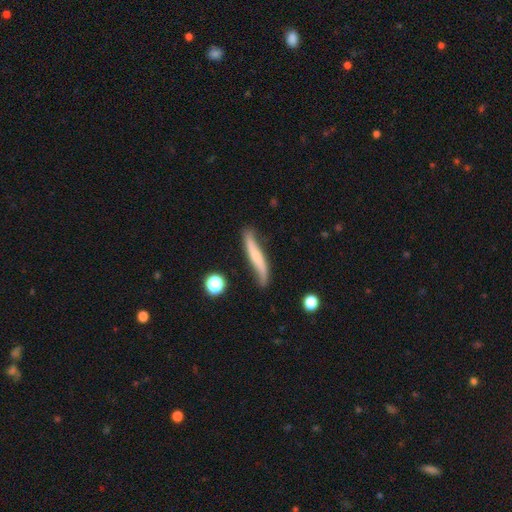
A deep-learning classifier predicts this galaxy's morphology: Smooth or featured?
  - featured or disk: 54% *
  - smooth: 39%
  - star or artifact: 7%
Edge-on disk?
  - yes: 58% *
  - no: 42%
Merging?
  - none: 69% *
  - minor disturbance: 23%
  - major disturbance: 5%
  - merger: 3%